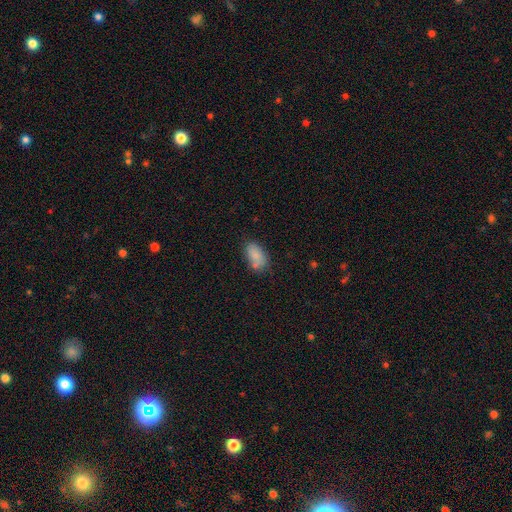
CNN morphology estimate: Overall: smooth (82%). How rounded: in between (91%). Merging: none (61%).